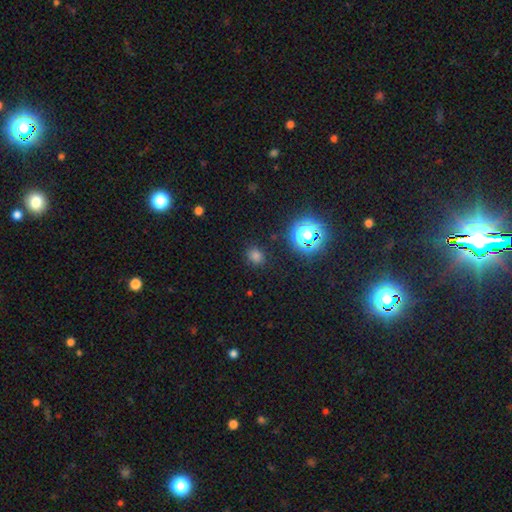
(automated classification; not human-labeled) smooth_or_featured: smooth (p=0.69) [alt: star or artifact p=0.26]
how_rounded: round (p=0.67) [alt: in between p=0.32]
merging: none (p=0.86) [alt: minor disturbance p=0.09]